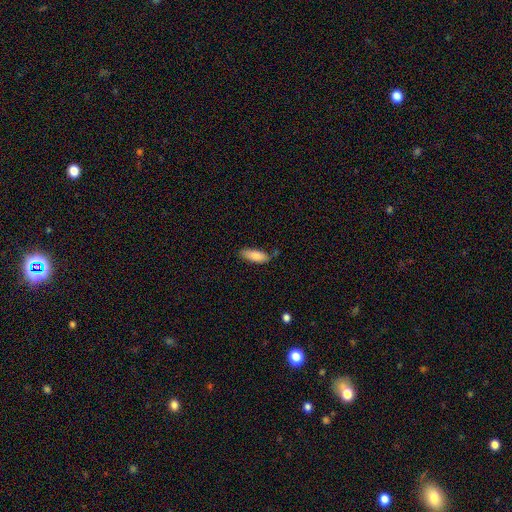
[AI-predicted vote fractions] This is clearly a smooth galaxy (85%). How rounded: likely in between (71%). Merging: likely none (73%).